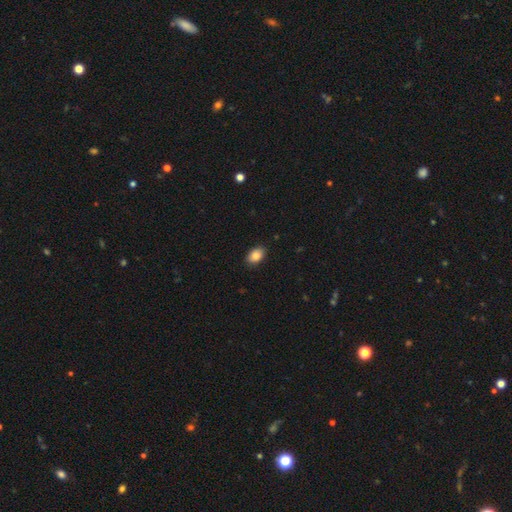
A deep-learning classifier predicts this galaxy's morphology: This appears to be a smooth galaxy with no disk features (86%) that is in between round and cigar-shaped (87%). Merging: none (88%).